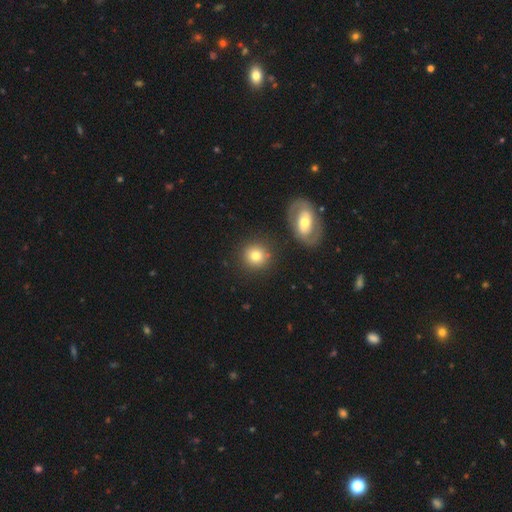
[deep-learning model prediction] smooth 78%, featured or disk 12%, star or artifact 10%. Down the decision tree: how rounded — round (89%); merging — none (80%).